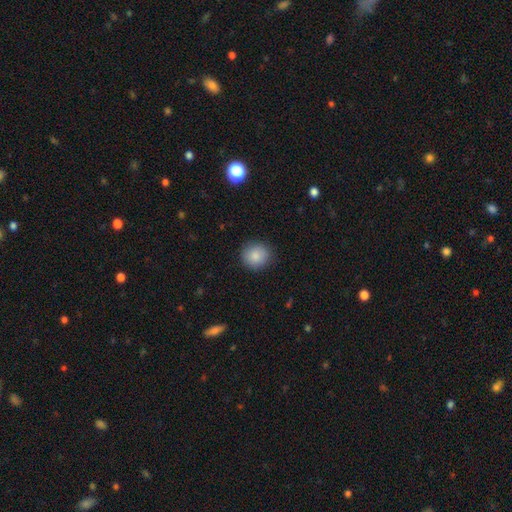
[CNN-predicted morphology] This is clearly a smooth galaxy (86%). How rounded: clearly round (89%). Merging: clearly none (89%).